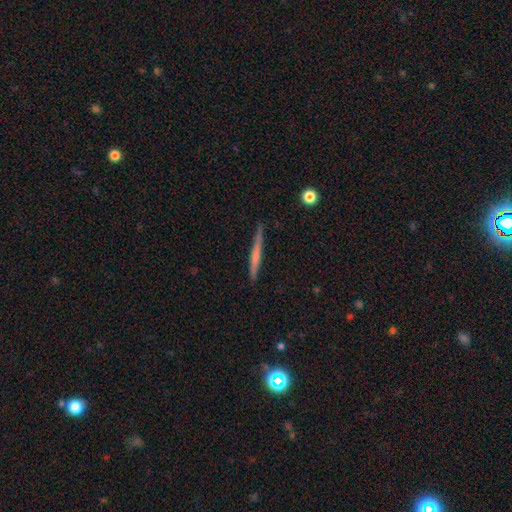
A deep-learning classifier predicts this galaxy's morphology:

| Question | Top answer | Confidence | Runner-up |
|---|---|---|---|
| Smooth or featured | featured or disk | 50% | smooth (44%) |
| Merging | none | 88% | minor disturbance (9%) |